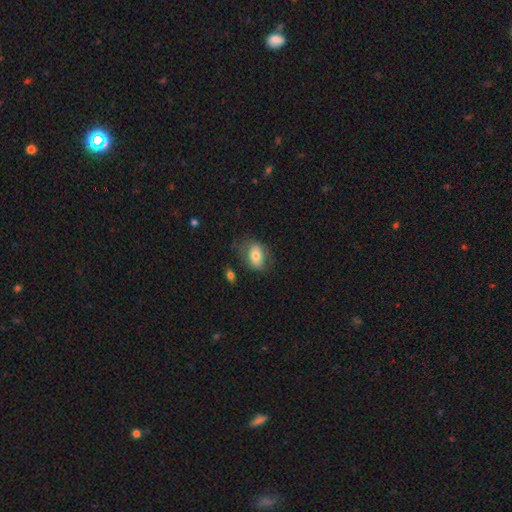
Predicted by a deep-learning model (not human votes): Q: Smooth or featured?
A: smooth (71%); runner-up: featured or disk (21%)
Q: How rounded?
A: in between (80%); runner-up: round (18%)
Q: Merging?
A: none (66%); runner-up: minor disturbance (21%)